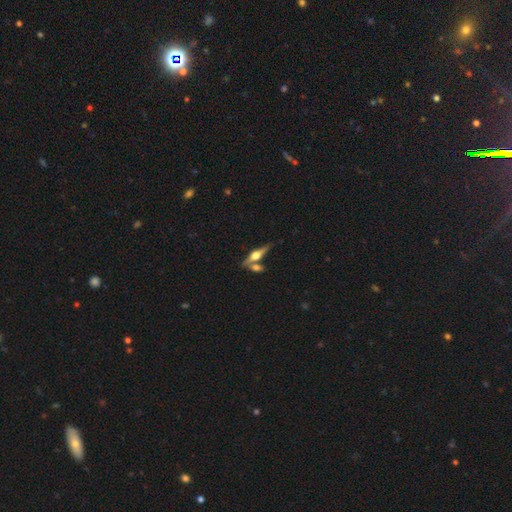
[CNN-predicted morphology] This is likely a featured or disk galaxy (71%). It is clearly viewed edge-on (95%). Edge-on bulge: clearly rounded (94%). Merging: likely none (62%).